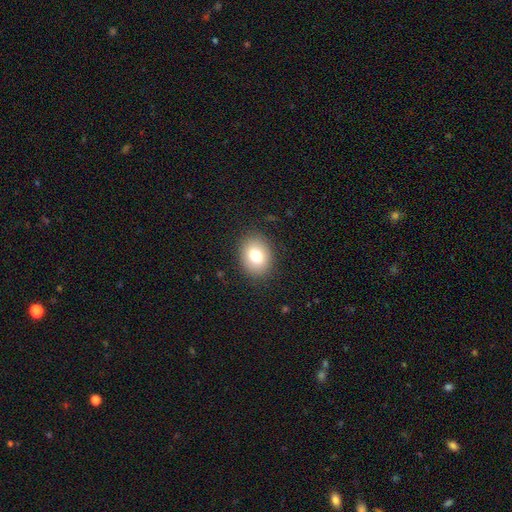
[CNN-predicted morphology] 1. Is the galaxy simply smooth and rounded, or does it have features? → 77% smooth, 12% featured or disk, 10% star or artifact.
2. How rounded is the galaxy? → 52% in between, 47% round, 1% cigar-shaped.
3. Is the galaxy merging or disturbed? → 87% none, 9% minor disturbance, 3% major disturbance, 1% merger.